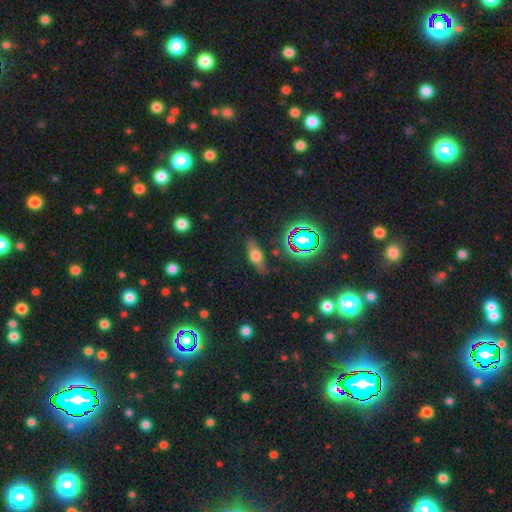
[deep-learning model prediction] A smooth galaxy with no disk features (48%).

Vote fractions:
- Smooth or featured? smooth: 48% / featured or disk: 32% / star or artifact: 19%
- Merging? none: 78% / minor disturbance: 15% / major disturbance: 5% / merger: 2%